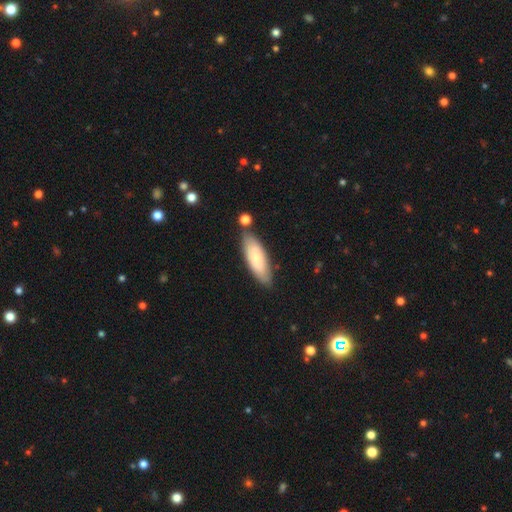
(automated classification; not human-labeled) The model was most divided on "how rounded": in between: 57%, cigar-shaped: 42%, round: 2%. More confident: merging — none (77%); smooth or featured — smooth (74%).